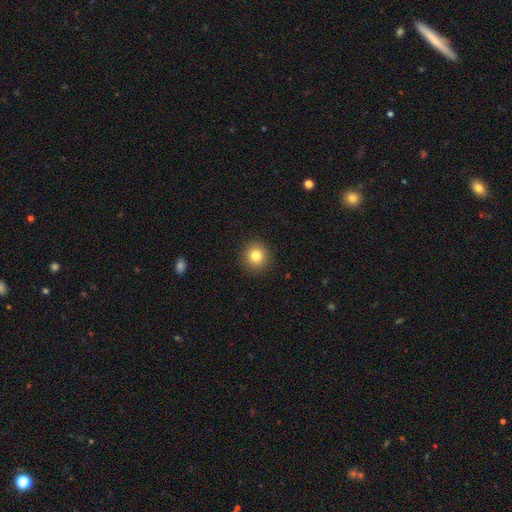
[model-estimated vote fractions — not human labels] The model was most divided on "smooth or featured": smooth: 82%, star or artifact: 11%, featured or disk: 7%. More confident: how rounded — round (92%); merging — none (92%).